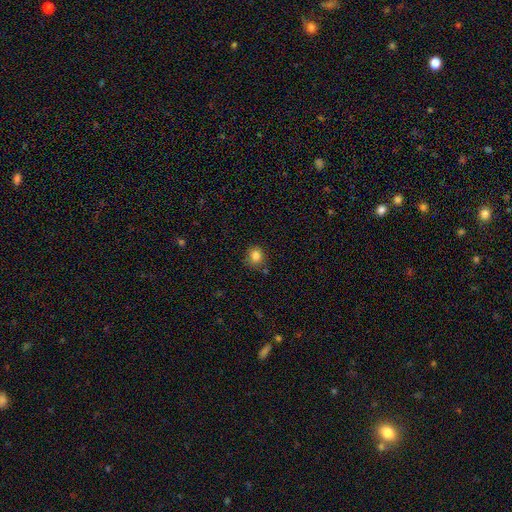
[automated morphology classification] A smooth galaxy with no disk features (83%) that is round (81%).

Vote fractions:
- Smooth or featured? smooth: 83% / star or artifact: 11% / featured or disk: 6%
- How rounded? round: 81% / in between: 18% / cigar-shaped: 1%
- Merging? none: 77% / minor disturbance: 16% / merger: 4% / major disturbance: 3%